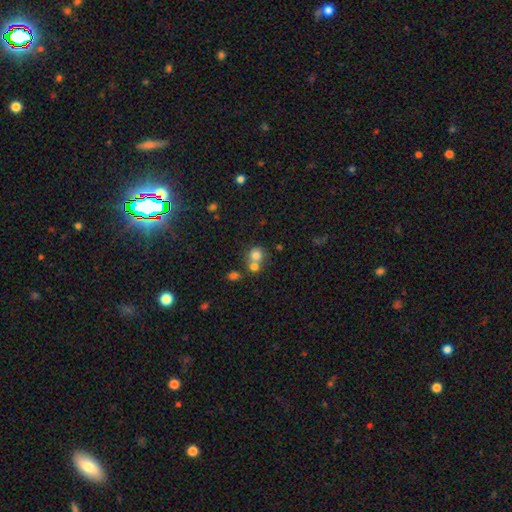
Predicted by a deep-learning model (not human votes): Morphology: type=smooth (76%); roundness=round (80%); merging=merger (50%).